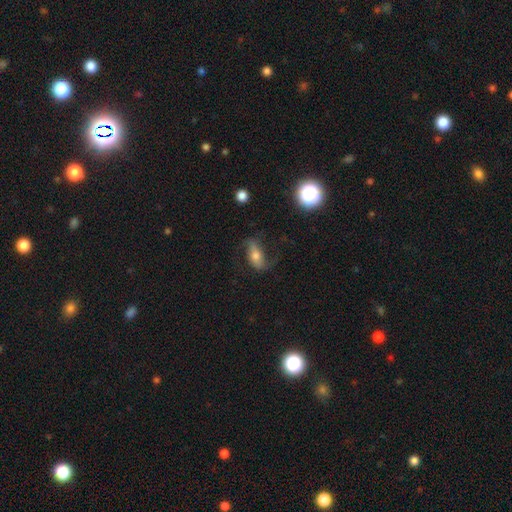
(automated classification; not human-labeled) Q: Smooth or featured?
A: featured or disk (54%); runner-up: smooth (36%)
Q: Edge-on disk?
A: no (86%); runner-up: yes (14%)
Q: Merging?
A: none (63%); runner-up: minor disturbance (20%)